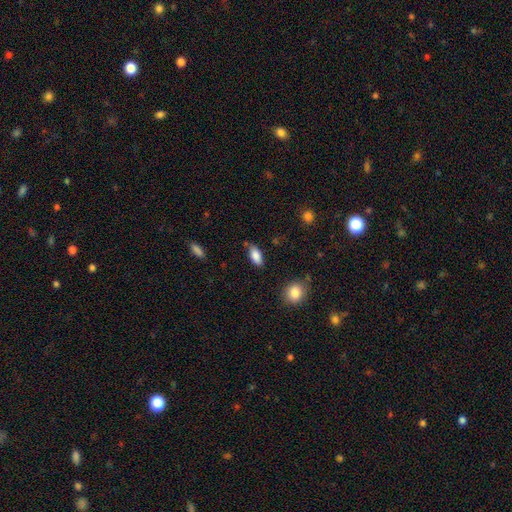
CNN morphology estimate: smooth-or-featured: smooth: 85% | featured or disk: 7% | star or artifact: 7%
  how-rounded: in between: 88% | cigar-shaped: 10% | round: 3%
  merging: none: 79% | minor disturbance: 15% | merger: 3% | major disturbance: 3%